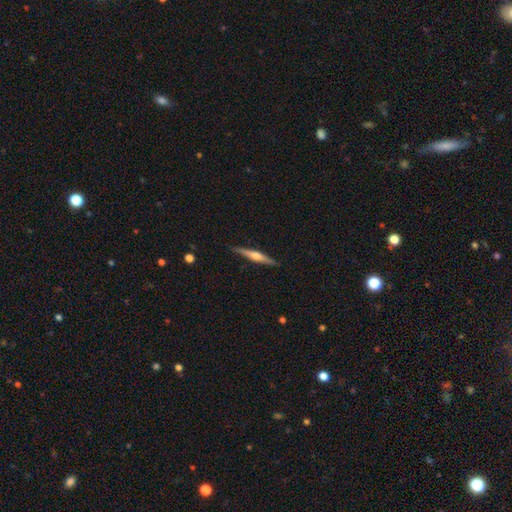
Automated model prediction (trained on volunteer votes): Smooth or featured?
  - featured or disk: 70% *
  - smooth: 25%
  - star or artifact: 5%
Edge-on disk?
  - yes: 98% *
  - no: 2%
Edge-on bulge?
  - rounded: 86% *
  - boxy: 8%
  - none: 6%
Merging?
  - none: 89% *
  - minor disturbance: 8%
  - major disturbance: 1%
  - merger: 1%